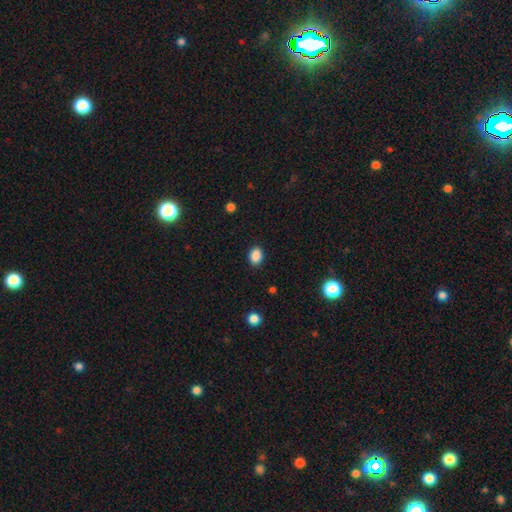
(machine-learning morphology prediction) type=smooth (88%); roundness=in between (69%); merging=none (89%).